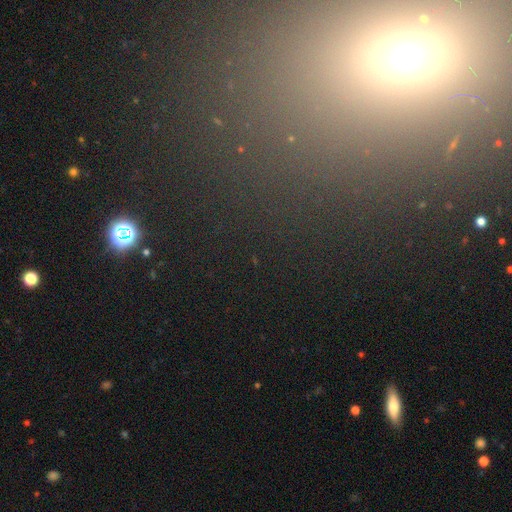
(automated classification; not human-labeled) A star or artifact, not a galaxy (61%).

Vote fractions:
- Smooth or featured? star or artifact: 61% / smooth: 26% / featured or disk: 13%